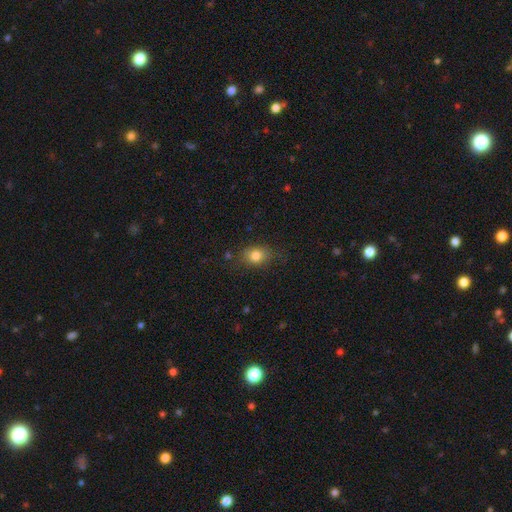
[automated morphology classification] Smooth or featured: smooth — 80% (star or artifact — 10%)
How rounded: in between — 60% (round — 38%)
Merging: none — 74% (minor disturbance — 19%)